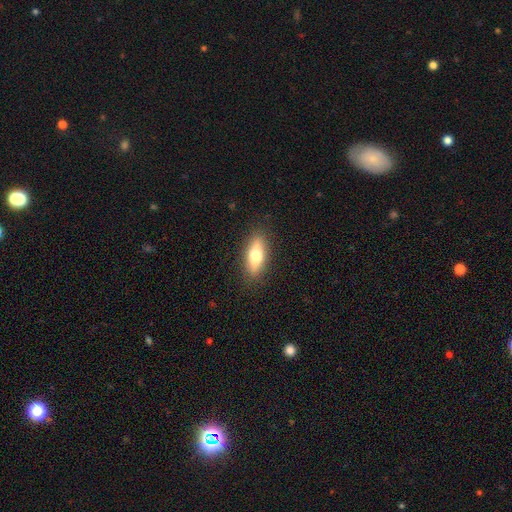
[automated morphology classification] A smooth galaxy with no disk features (64%) that is in between round and cigar-shaped (66%).

Vote fractions:
- Smooth or featured? smooth: 64% / featured or disk: 29% / star or artifact: 7%
- How rounded? in between: 66% / cigar-shaped: 30% / round: 4%
- Merging? none: 87% / minor disturbance: 9% / major disturbance: 2% / merger: 1%